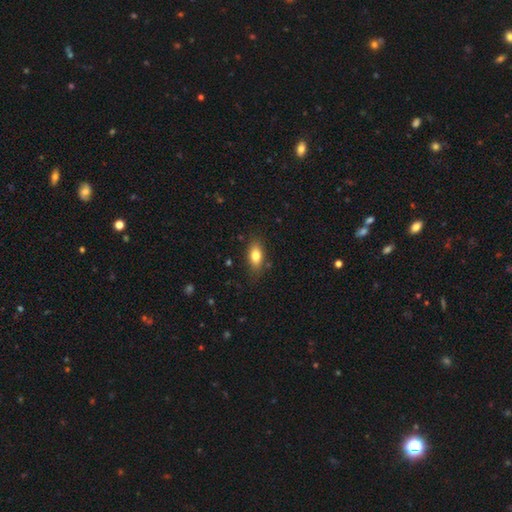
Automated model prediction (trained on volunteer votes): A smooth galaxy with no disk features (79%) that is in between round and cigar-shaped (84%). Merging: none (80%).